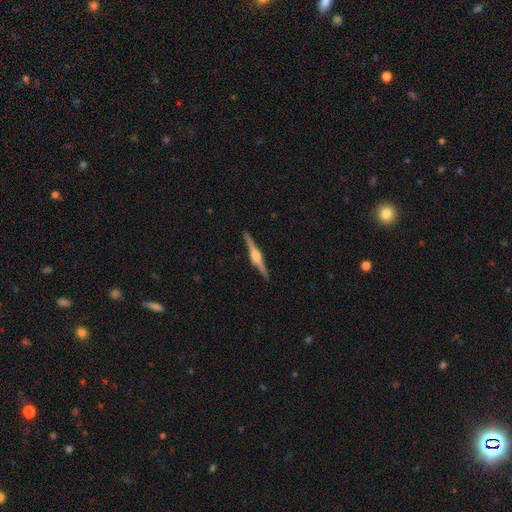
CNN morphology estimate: This is clearly a featured or disk galaxy (85%). It is clearly viewed edge-on (99%). Edge-on bulge: clearly rounded (89%). Merging: clearly none (92%).